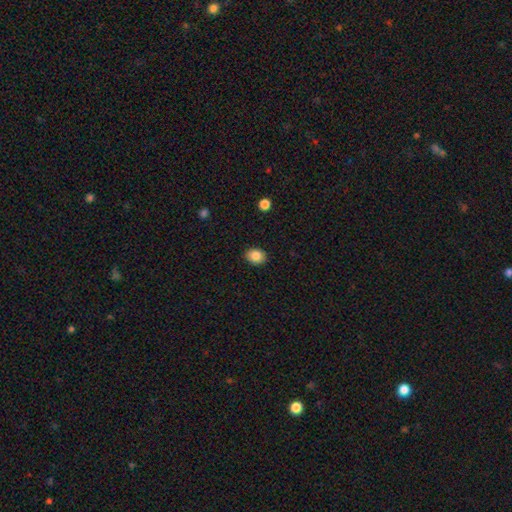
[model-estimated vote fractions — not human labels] smooth-or-featured: smooth: 86% | star or artifact: 9% | featured or disk: 6%
  how-rounded: in between: 59% | round: 40% | cigar-shaped: 1%
  merging: none: 90% | minor disturbance: 7% | major disturbance: 2% | merger: 1%